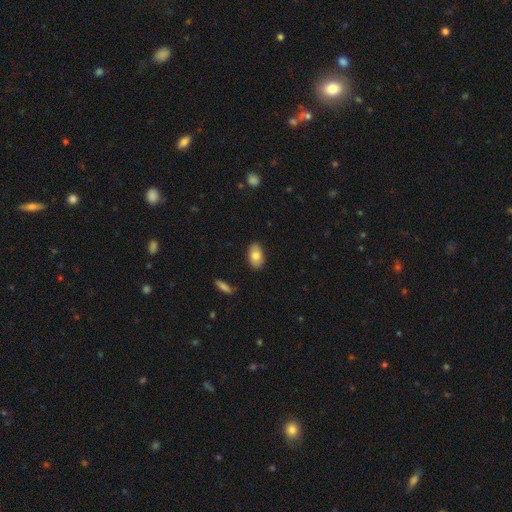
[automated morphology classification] Smooth or featured? smooth (78%)
How rounded? in between (93%)
Merging? none (86%)